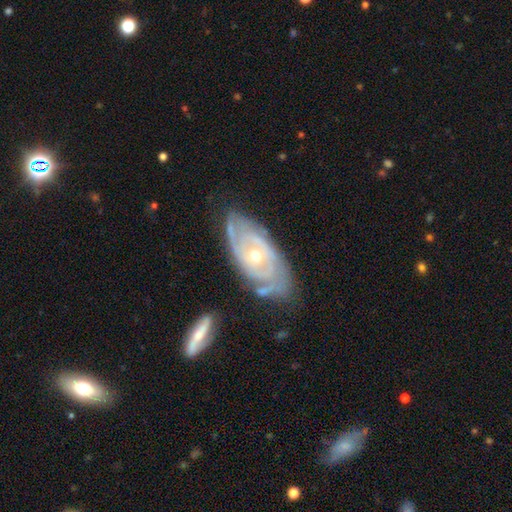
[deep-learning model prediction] smooth-or-featured: featured or disk: 87% | smooth: 7% | star or artifact: 5%
  disk-edge-on: no: 93% | yes: 7%
    bar: no: 72% | weak: 21% | strong: 7%
    has-spiral-arms: yes: 95% | no: 5%
      spiral-winding: tight: 77% | medium: 19% | loose: 4%
      spiral-arm-count: 2: 35% | can't tell: 29% | 3: 21% | 4: 7% | 1: 4% | more than 4: 4%
    bulge-size: moderate: 56% | small: 41% | large: 2% | none: 1% | dominant: 1%
  merging: none: 70% | minor disturbance: 21% | major disturbance: 6% | merger: 4%